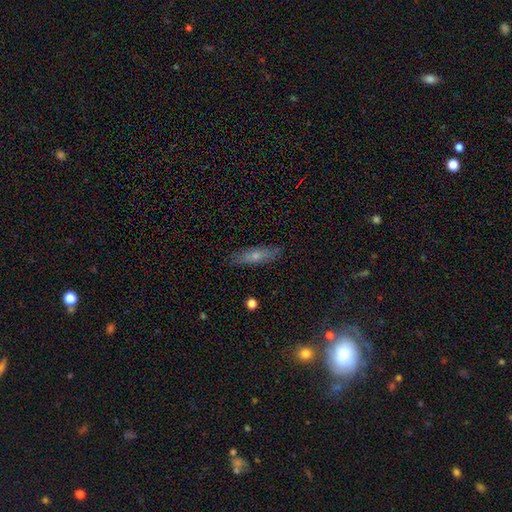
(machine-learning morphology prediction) Q: Smooth or featured?
A: smooth (55%); runner-up: featured or disk (36%)
Q: How rounded?
A: cigar-shaped (68%); runner-up: in between (29%)
Q: Merging?
A: none (84%); runner-up: minor disturbance (12%)